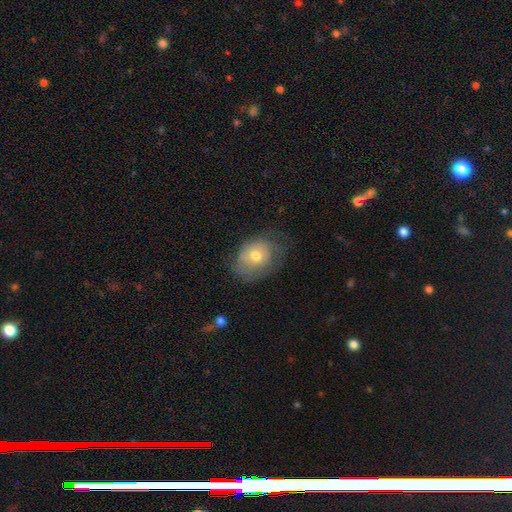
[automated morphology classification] type=smooth (55%); roundness=in between (56%); merging=none (53%).